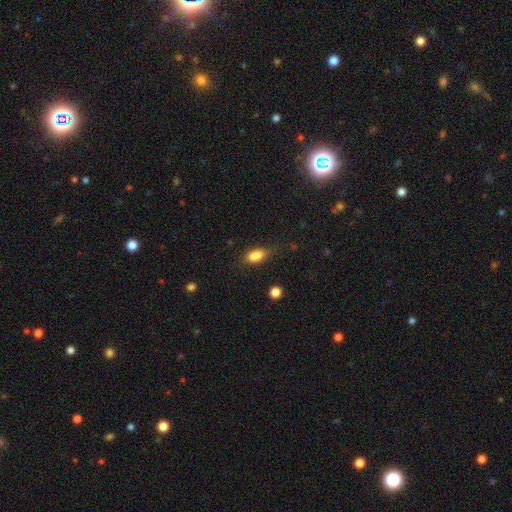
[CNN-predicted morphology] A smooth galaxy with no disk features (81%) that is in between round and cigar-shaped (80%).

Vote fractions:
- Smooth or featured? smooth: 81% / star or artifact: 10% / featured or disk: 9%
- How rounded? in between: 80% / cigar-shaped: 13% / round: 7%
- Merging? none: 56% / minor disturbance: 26% / major disturbance: 9% / merger: 9%